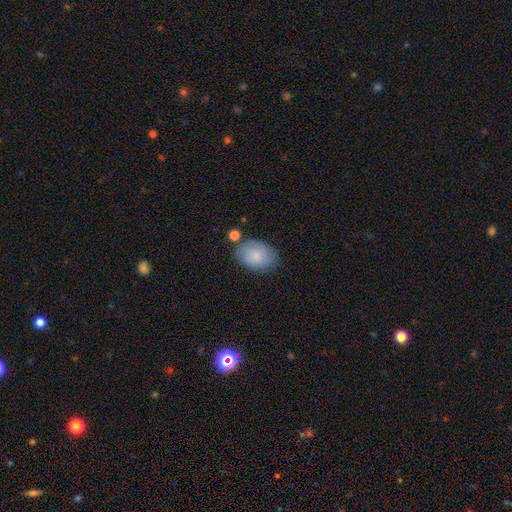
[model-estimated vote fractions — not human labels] Morphology: type=smooth (79%); roundness=in between (81%); merging=none (69%).